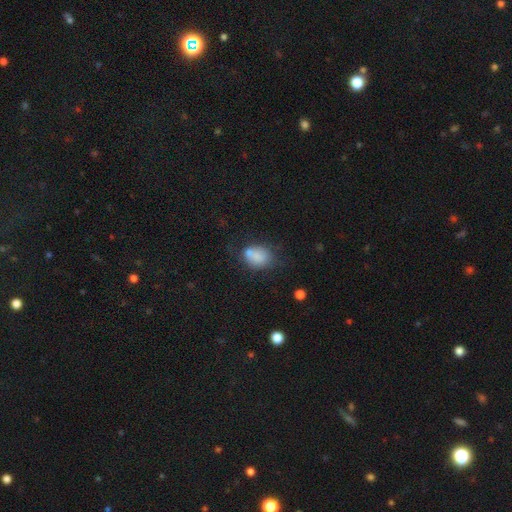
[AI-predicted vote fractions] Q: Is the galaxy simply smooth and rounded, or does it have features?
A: smooth — 77%.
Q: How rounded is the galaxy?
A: in between — 65%.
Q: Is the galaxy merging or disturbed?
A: none — 47%.